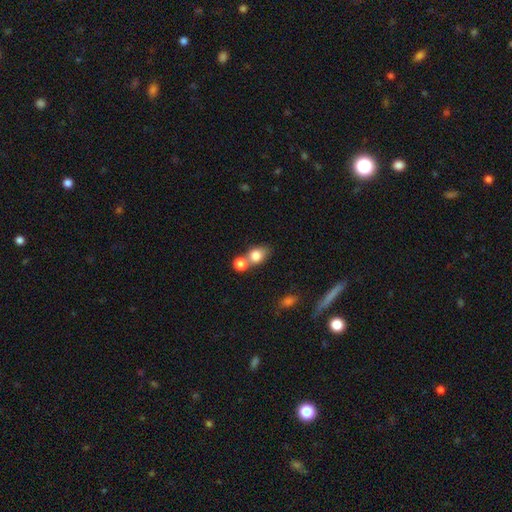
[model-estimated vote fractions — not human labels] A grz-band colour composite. It shows a smooth galaxy with no disk features (80%) that is in between round and cigar-shaped (53%). Merging: merger (50%).